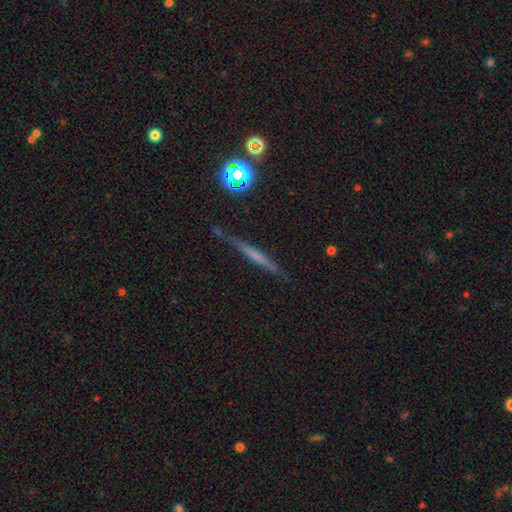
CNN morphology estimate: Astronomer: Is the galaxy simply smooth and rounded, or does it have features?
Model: featured or disk — 48% (runner-up: smooth, 40%).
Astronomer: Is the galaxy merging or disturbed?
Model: none — 84%.